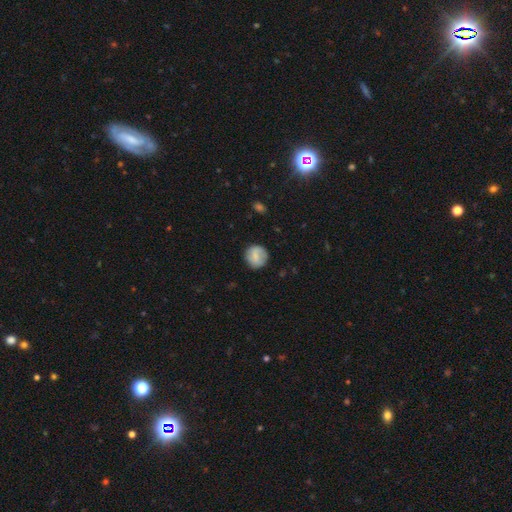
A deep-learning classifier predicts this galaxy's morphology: Smooth or featured? smooth (73%)
How rounded? round (91%)
Merging? none (83%)